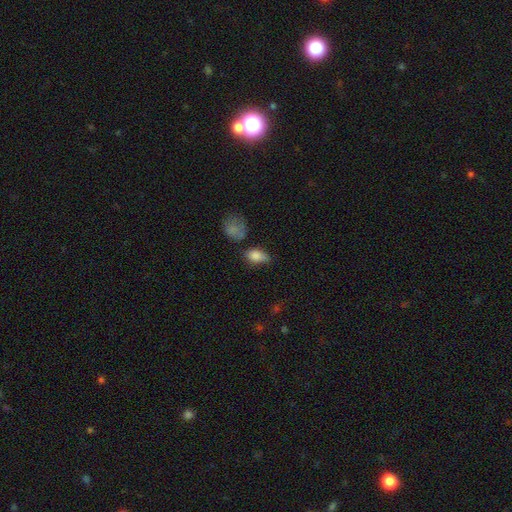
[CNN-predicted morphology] smooth-or-featured: smooth: 82% | star or artifact: 9% | featured or disk: 9%
  how-rounded: in between: 86% | round: 10% | cigar-shaped: 4%
  merging: none: 49% | minor disturbance: 33% | major disturbance: 11% | merger: 6%